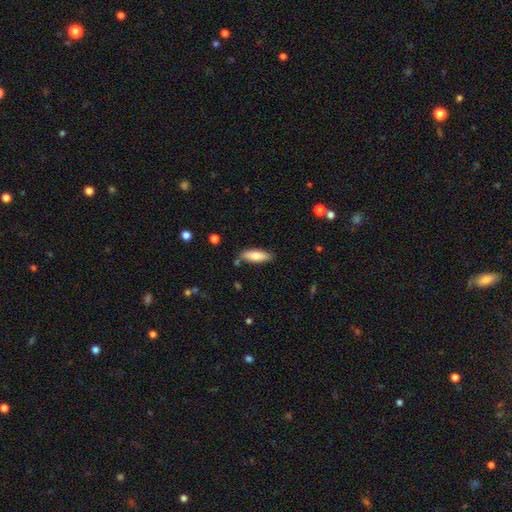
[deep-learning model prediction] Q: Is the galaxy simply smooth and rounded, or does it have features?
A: smooth — 76%.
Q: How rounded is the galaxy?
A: in between — 59%.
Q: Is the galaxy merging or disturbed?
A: none — 80%.